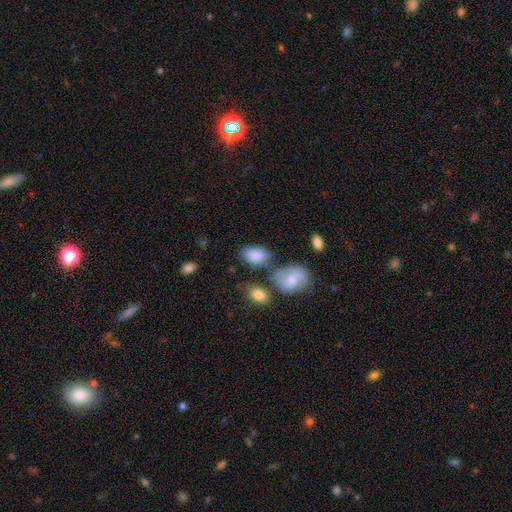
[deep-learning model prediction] Overall: smooth (80%). How rounded: in between (86%). Merging: none (57%; minor disturbance 22%).